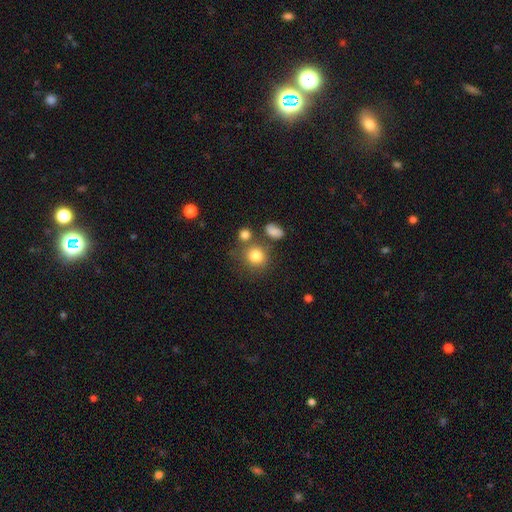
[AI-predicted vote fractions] Q: Smooth or featured?
A: smooth (80%); runner-up: star or artifact (12%)
Q: How rounded?
A: round (83%); runner-up: in between (16%)
Q: Merging?
A: none (72%); runner-up: merger (13%)